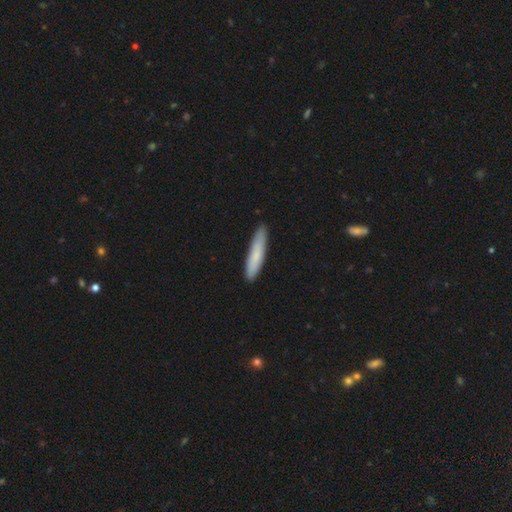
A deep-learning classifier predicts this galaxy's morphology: Smooth or featured? Predicted: smooth (p=0.77). How rounded? Predicted: cigar-shaped (p=0.89). Merging? Predicted: none (p=0.88).